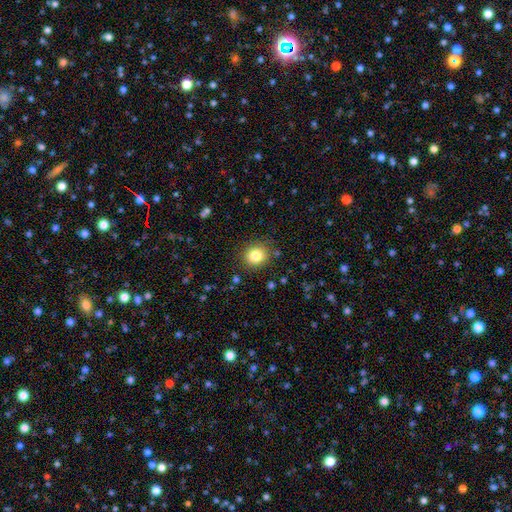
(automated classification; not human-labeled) A smooth galaxy with no disk features (82%) that is round (85%).

Vote fractions:
- Smooth or featured? smooth: 82% / star or artifact: 11% / featured or disk: 7%
- How rounded? round: 85% / in between: 14% / cigar-shaped: 1%
- Merging? none: 87% / minor disturbance: 8% / major disturbance: 3% / merger: 2%